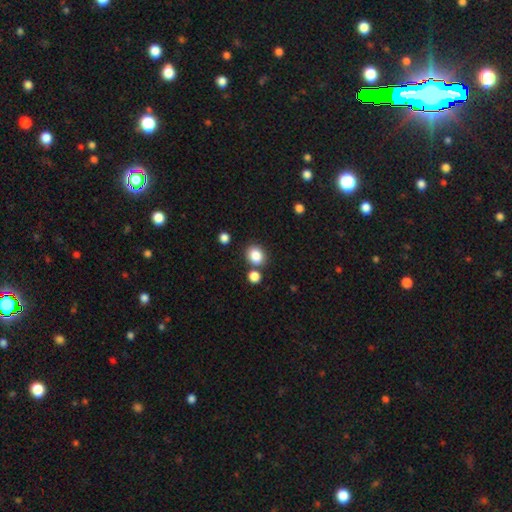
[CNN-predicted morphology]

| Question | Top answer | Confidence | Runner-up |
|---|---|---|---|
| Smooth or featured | smooth | 85% | star or artifact (10%) |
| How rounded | round | 66% | in between (33%) |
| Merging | none | 75% | merger (12%) |